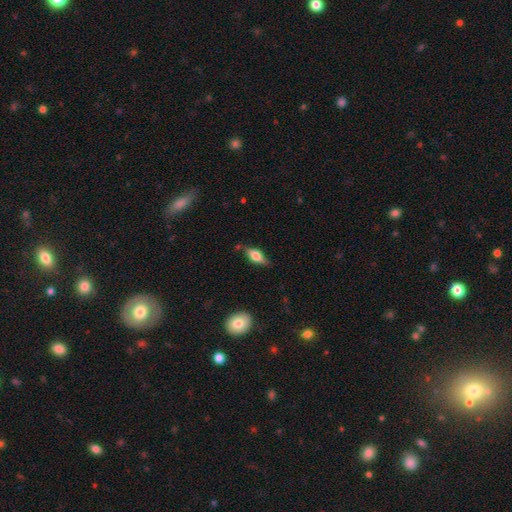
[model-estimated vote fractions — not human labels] A featured or disk galaxy (48%).

Vote fractions:
- Smooth or featured? featured or disk: 48% / smooth: 44% / star or artifact: 7%
- Merging? none: 75% / minor disturbance: 18% / major disturbance: 5% / merger: 3%